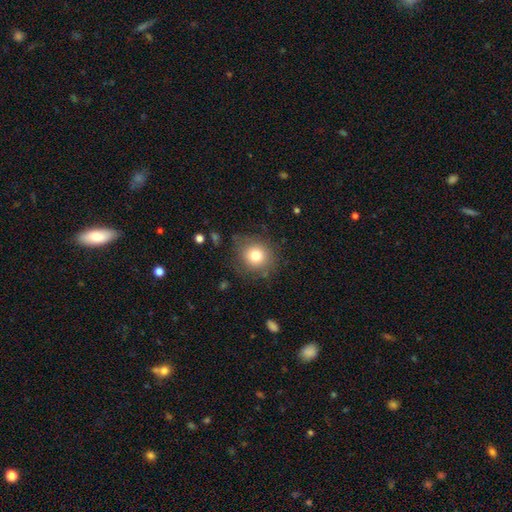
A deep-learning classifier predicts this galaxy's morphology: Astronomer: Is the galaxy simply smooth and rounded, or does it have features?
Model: smooth — 77%.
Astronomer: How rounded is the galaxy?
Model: round — 85%.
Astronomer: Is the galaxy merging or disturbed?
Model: none — 79%.